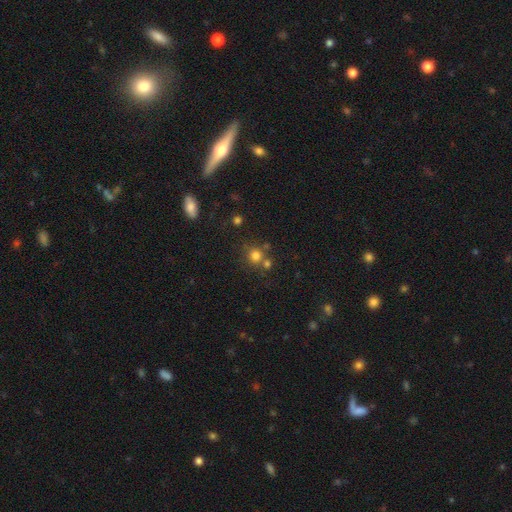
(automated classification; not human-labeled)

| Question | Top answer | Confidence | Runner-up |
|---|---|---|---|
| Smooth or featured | smooth | 76% | star or artifact (16%) |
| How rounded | round | 88% | in between (11%) |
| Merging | none | 63% | merger (24%) |